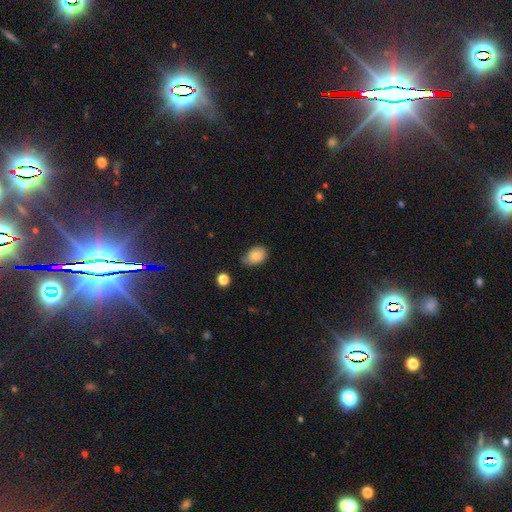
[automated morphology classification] Smooth or featured: smooth — 82% (featured or disk — 9%)
How rounded: in between — 75% (round — 23%)
Merging: none — 48% (minor disturbance — 40%)